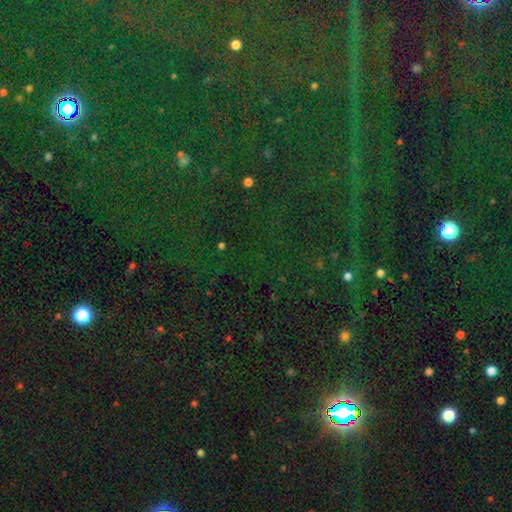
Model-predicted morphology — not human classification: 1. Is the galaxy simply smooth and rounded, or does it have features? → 84% star or artifact, 9% smooth, 7% featured or disk.